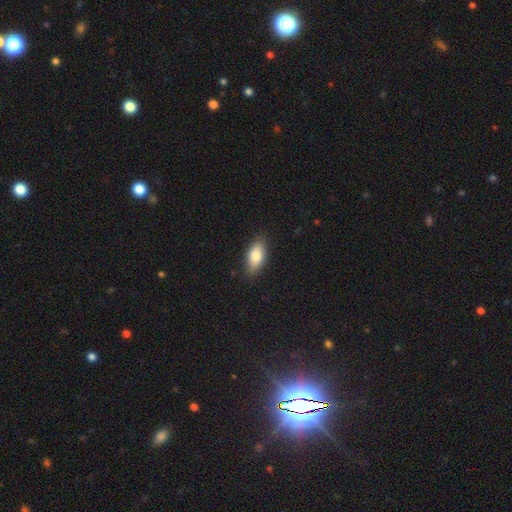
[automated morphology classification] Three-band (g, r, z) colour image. It shows a smooth galaxy with no disk features (84%) that is in between round and cigar-shaped (90%). Merging: none (85%).